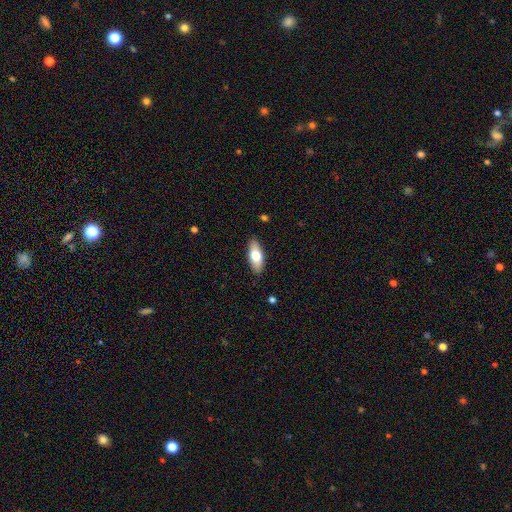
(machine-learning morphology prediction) smooth 69%, featured or disk 25%, star or artifact 6%. Down the decision tree: how rounded — in between (80%); merging — none (88%).